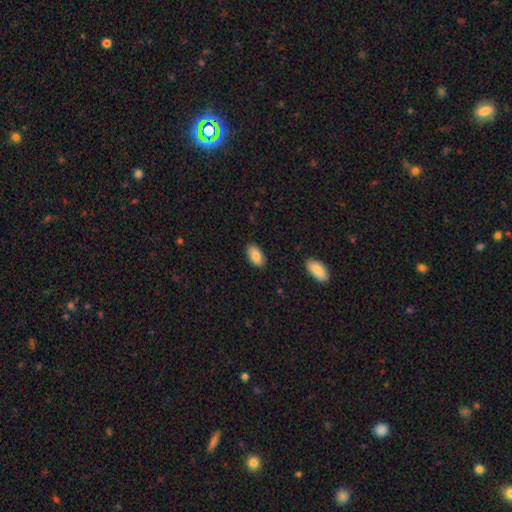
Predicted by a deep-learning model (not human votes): smooth-or-featured: smooth: 85% | featured or disk: 8% | star or artifact: 7%
  how-rounded: in between: 94% | round: 3% | cigar-shaped: 3%
  merging: none: 87% | minor disturbance: 9% | major disturbance: 2% | merger: 1%